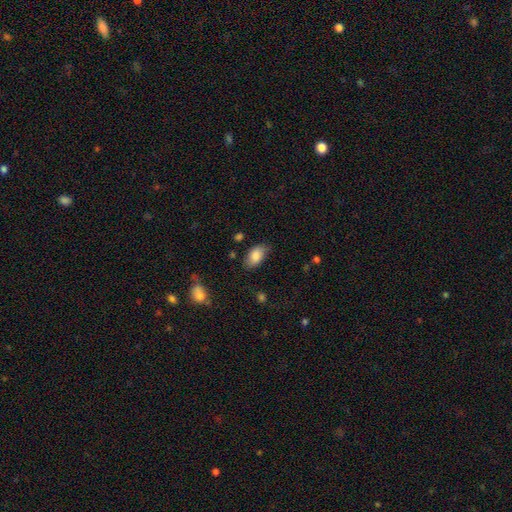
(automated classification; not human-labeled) Smooth or featured? smooth (85%)
How rounded? in between (93%)
Merging? none (76%)